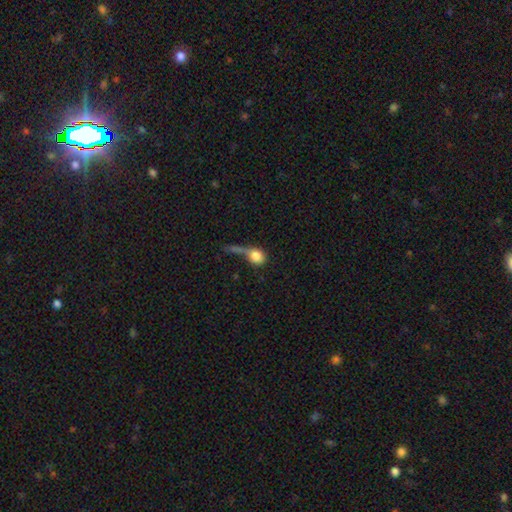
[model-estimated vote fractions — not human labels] The model was most divided on "merging": major disturbance: 39%, none: 25%, merger: 18%, minor disturbance: 17%. More confident: smooth or featured — smooth (73%); how rounded — round (64%).